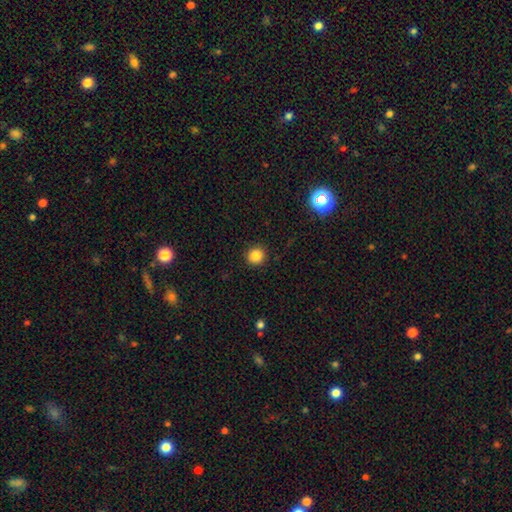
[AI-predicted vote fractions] Smooth or featured? smooth (85%)
How rounded? round (92%)
Merging? none (92%)